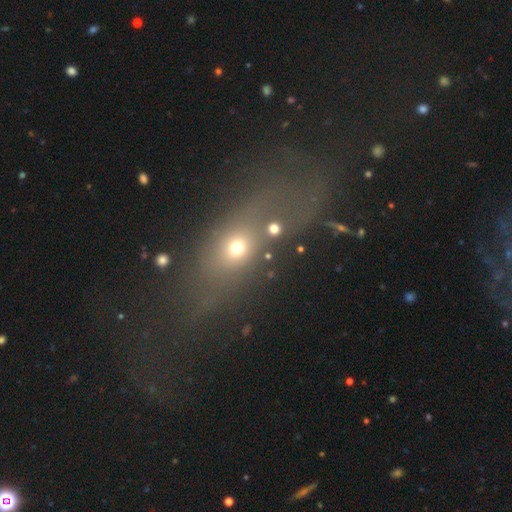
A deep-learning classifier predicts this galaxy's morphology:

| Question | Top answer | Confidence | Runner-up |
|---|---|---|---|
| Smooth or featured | smooth | 41% | featured or disk (33%) |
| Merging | none | 50% | major disturbance (21%) |